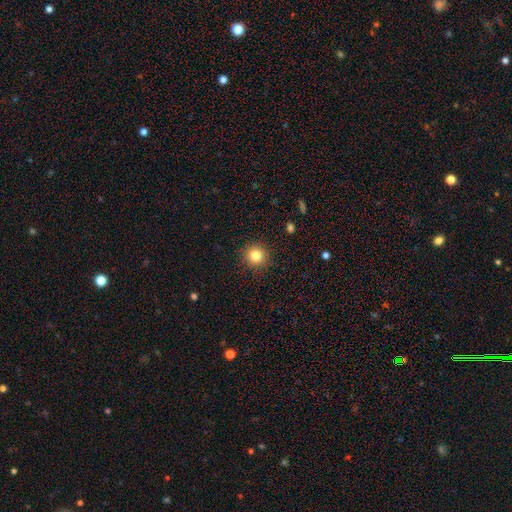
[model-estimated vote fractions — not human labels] smooth-or-featured: smooth: 82% | star or artifact: 12% | featured or disk: 6%
  how-rounded: round: 94% | in between: 5% | cigar-shaped: 1%
  merging: none: 91% | minor disturbance: 6% | major disturbance: 2% | merger: 1%